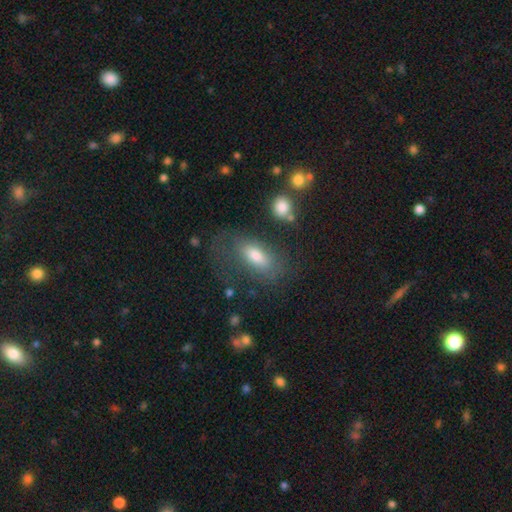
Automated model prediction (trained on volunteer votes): Smooth or featured? smooth (68%)
How rounded? in between (81%)
Merging? none (56%)